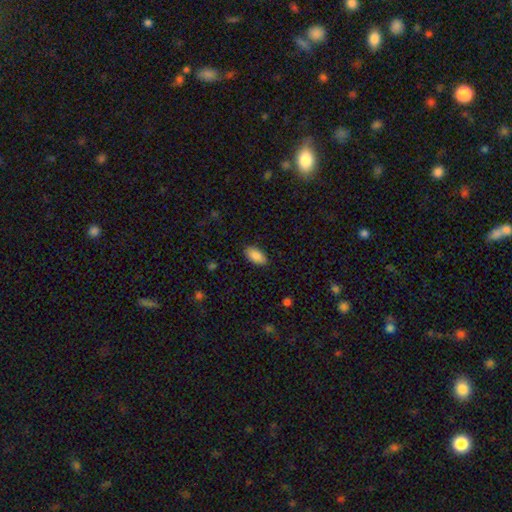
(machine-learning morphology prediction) smooth 86%, featured or disk 7%, star or artifact 7%. Down the decision tree: how rounded — in between (93%); merging — none (87%).